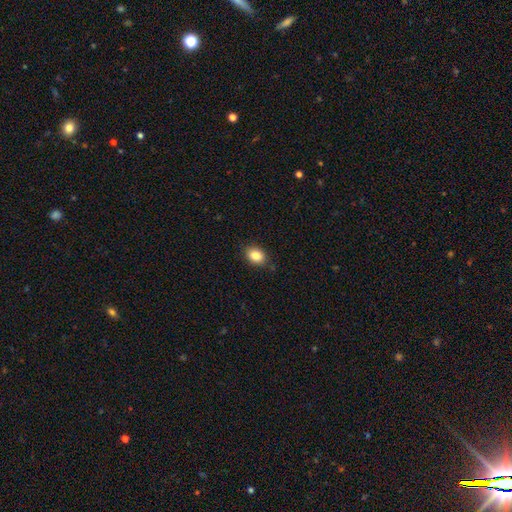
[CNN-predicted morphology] This appears to be a smooth galaxy with no disk features (85%) that is in between round and cigar-shaped (73%). Merging: none (85%).